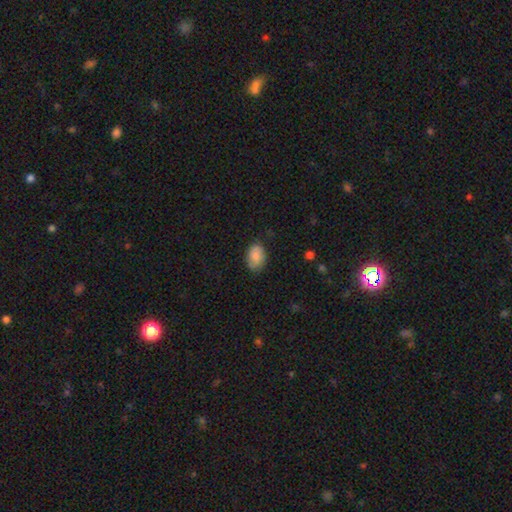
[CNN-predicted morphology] Smooth or featured? Predicted: smooth (p=0.84). How rounded? Predicted: in between (p=0.87). Merging? Predicted: none (p=0.73).